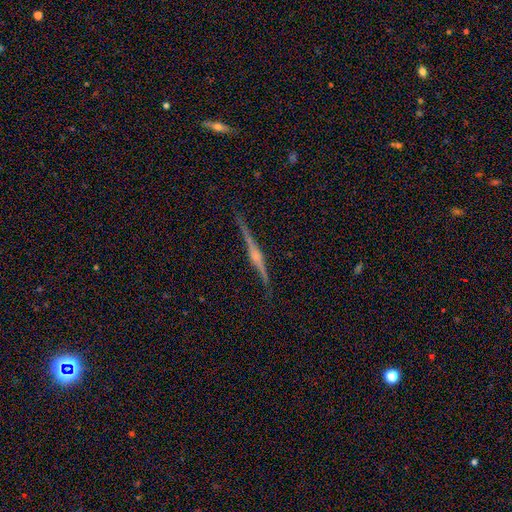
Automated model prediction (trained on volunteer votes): smooth_or_featured: featured or disk (p=0.84) [alt: smooth p=0.09]
disk_edge_on: yes (p=0.98) [alt: no p=0.02]
edge_on_bulge: rounded (p=0.75) [alt: boxy p=0.16]
merging: none (p=0.89) [alt: minor disturbance p=0.08]